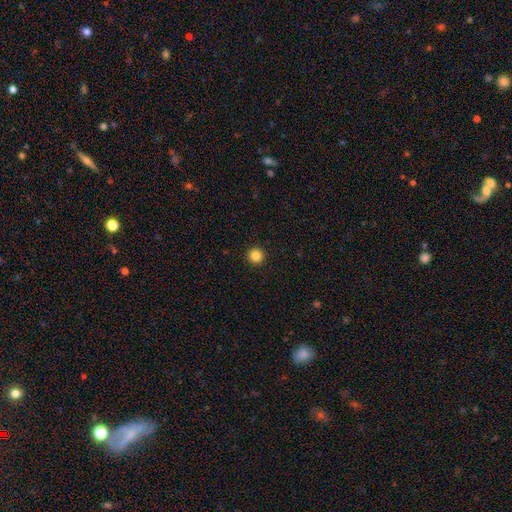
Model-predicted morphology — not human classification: Smooth or featured: smooth — 85% (star or artifact — 11%)
How rounded: round — 96% (in between — 3%)
Merging: none — 94% (minor disturbance — 4%)